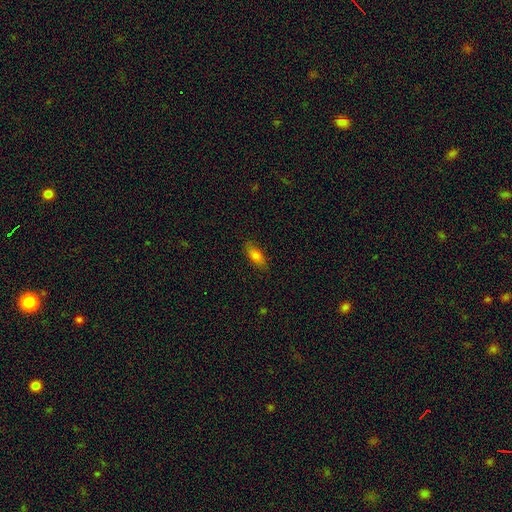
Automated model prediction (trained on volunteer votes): A smooth galaxy with no disk features (81%) that is in between round and cigar-shaped (79%). Merging: none (84%).